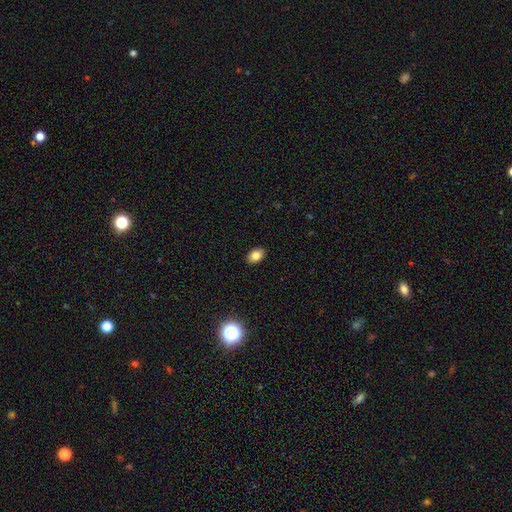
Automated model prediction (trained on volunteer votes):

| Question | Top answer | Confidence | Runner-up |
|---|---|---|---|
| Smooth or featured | smooth | 81% | star or artifact (10%) |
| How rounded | in between | 82% | round (16%) |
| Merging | none | 89% | minor disturbance (8%) |